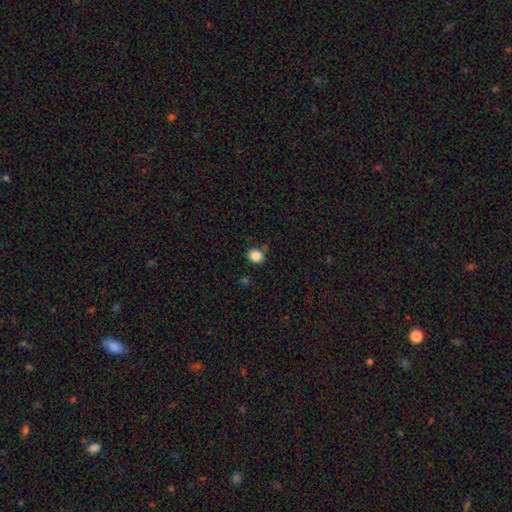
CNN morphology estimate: A smooth galaxy with no disk features (86%) that is round (77%). Merging: none (82%).